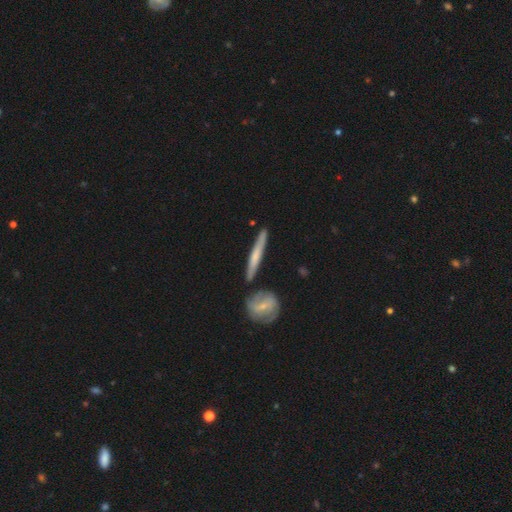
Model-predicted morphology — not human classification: A featured or disk galaxy (52%) viewed edge-on (89%). Merging: none (81%).